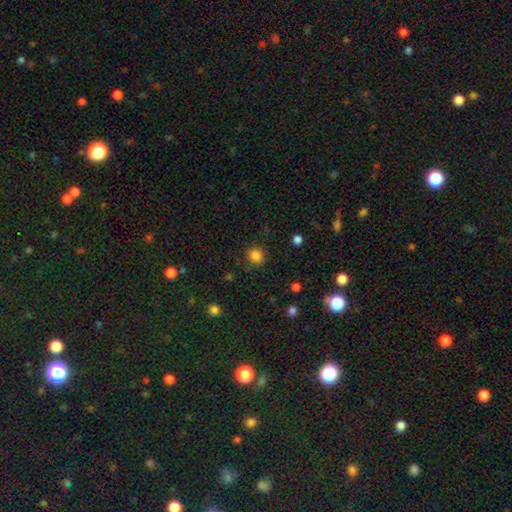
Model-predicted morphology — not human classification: A smooth galaxy with no disk features (83%) that is round (85%). Merging: none (85%).